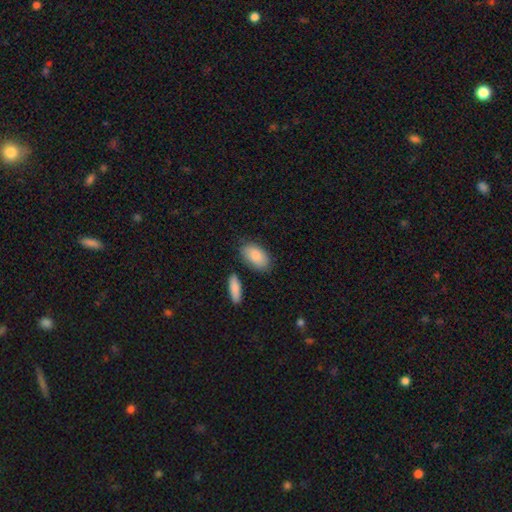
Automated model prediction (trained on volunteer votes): This is clearly a smooth galaxy (86%). How rounded: clearly in between (93%). Merging: likely none (76%).